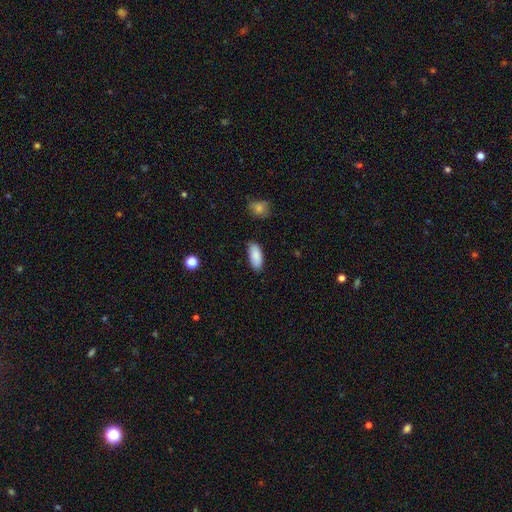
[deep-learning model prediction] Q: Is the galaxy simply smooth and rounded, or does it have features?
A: smooth — 89%.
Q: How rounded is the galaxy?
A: in between — 88%.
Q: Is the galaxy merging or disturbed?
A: none — 83%.